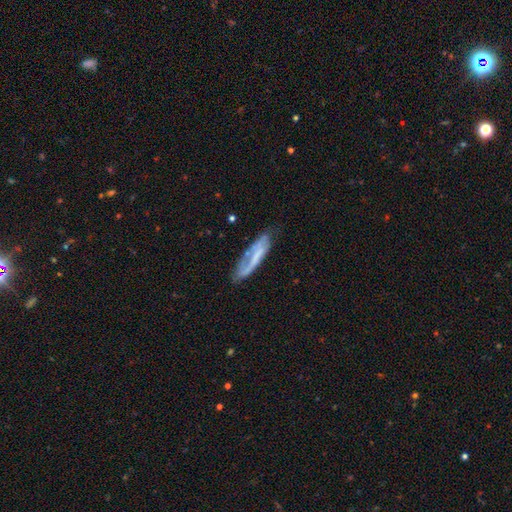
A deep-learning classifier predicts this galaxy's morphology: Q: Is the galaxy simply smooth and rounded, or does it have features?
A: featured or disk — 54%.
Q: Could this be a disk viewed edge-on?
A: no — 65%.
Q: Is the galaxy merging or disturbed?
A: none — 51%.